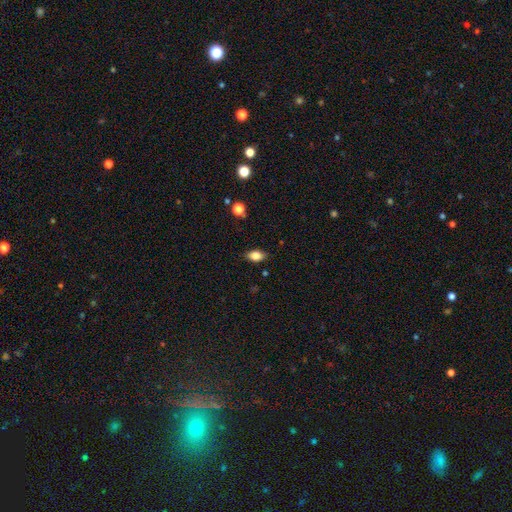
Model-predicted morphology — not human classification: Q: Smooth or featured?
A: smooth (82%); runner-up: star or artifact (9%)
Q: How rounded?
A: in between (87%); runner-up: round (9%)
Q: Merging?
A: none (83%); runner-up: minor disturbance (13%)